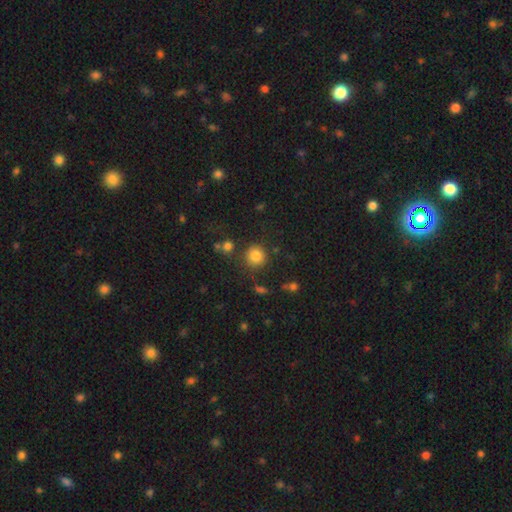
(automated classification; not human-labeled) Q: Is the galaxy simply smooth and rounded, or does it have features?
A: smooth — 82%.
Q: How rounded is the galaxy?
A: round — 90%.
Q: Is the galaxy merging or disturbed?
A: none — 80%.